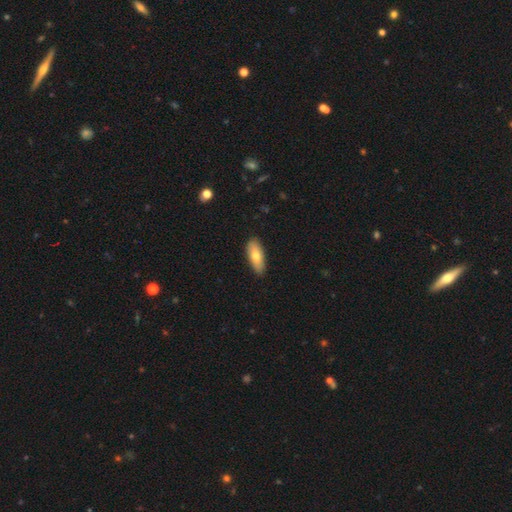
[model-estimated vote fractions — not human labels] This appears to be a smooth galaxy with no disk features (74%) that is in between round and cigar-shaped (72%). Merging: none (88%).